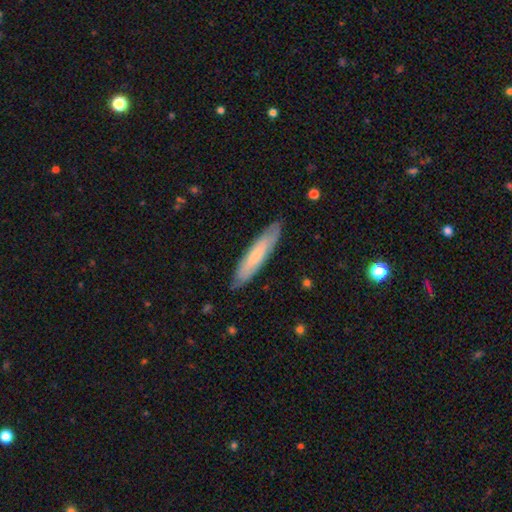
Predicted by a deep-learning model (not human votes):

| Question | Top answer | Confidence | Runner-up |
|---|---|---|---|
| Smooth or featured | smooth | 63% | featured or disk (32%) |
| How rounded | cigar-shaped | 85% | in between (14%) |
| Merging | none | 86% | minor disturbance (11%) |